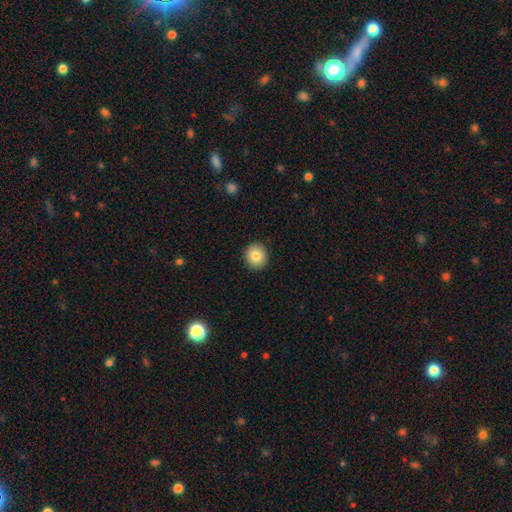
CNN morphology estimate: Smooth or featured: smooth — 83% (star or artifact — 9%)
How rounded: round — 88% (in between — 11%)
Merging: none — 92% (minor disturbance — 5%)